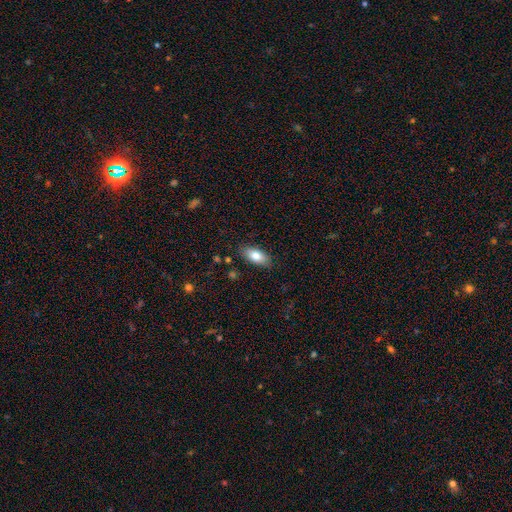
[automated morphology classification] A smooth galaxy with no disk features (80%) that is in between round and cigar-shaped (89%). Merging: none (85%).